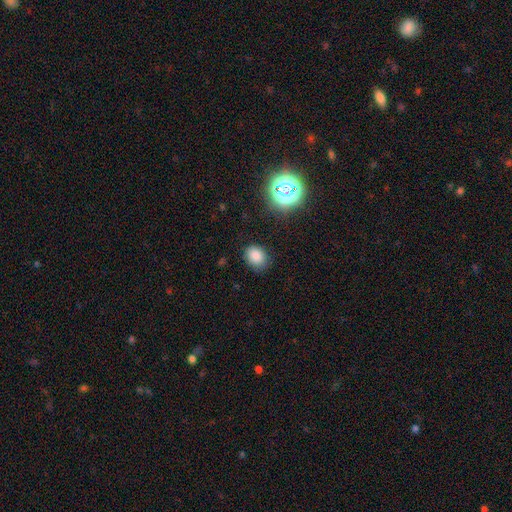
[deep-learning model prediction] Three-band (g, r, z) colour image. It shows a smooth galaxy with no disk features (81%) that is in between round and cigar-shaped (53%). Merging: none (81%).